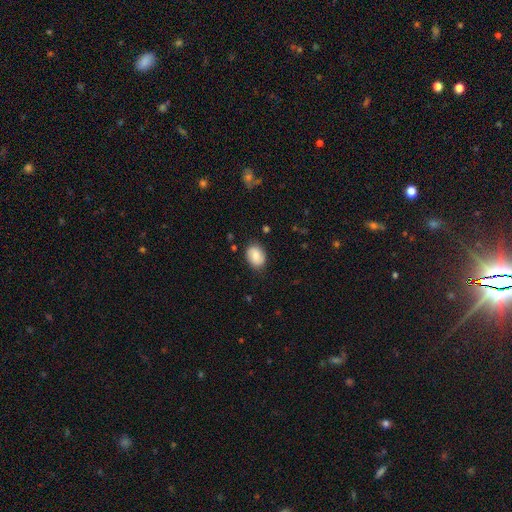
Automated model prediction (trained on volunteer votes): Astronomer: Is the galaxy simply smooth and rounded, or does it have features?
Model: smooth — 77%.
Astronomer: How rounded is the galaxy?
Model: in between — 73%.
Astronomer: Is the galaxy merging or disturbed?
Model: none — 80%.